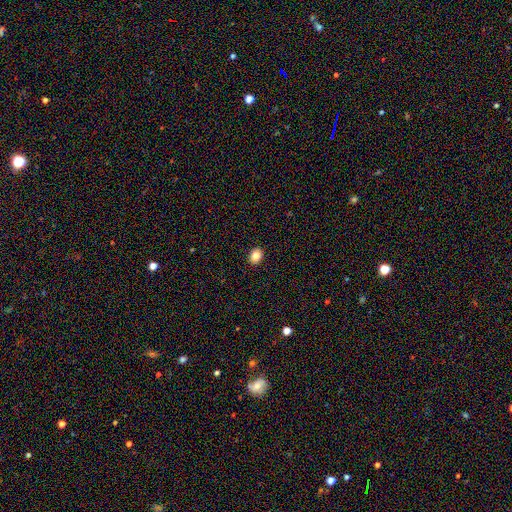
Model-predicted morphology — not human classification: Q: Smooth or featured?
A: smooth (84%); runner-up: star or artifact (10%)
Q: How rounded?
A: in between (56%); runner-up: round (43%)
Q: Merging?
A: none (91%); runner-up: minor disturbance (6%)